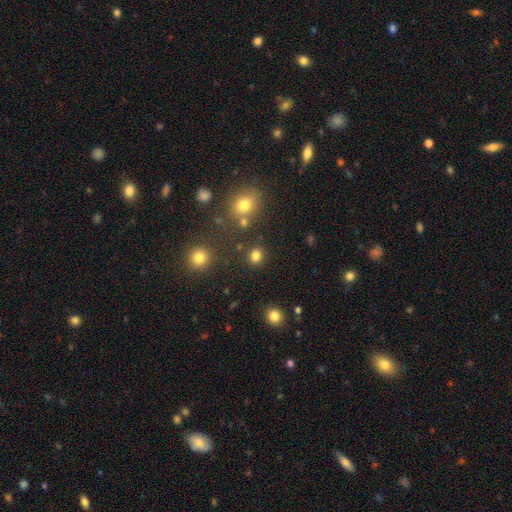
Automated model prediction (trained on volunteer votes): The model was most divided on "how rounded": round: 78%, in between: 21%, cigar-shaped: 1%. More confident: merging — none (84%); smooth or featured — smooth (81%).